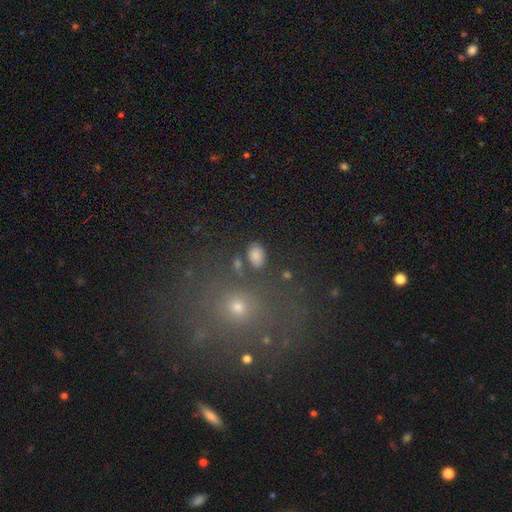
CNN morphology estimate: smooth 77%, star or artifact 15%, featured or disk 8%. Down the decision tree: how rounded — in between (77%); merging — none (79%).